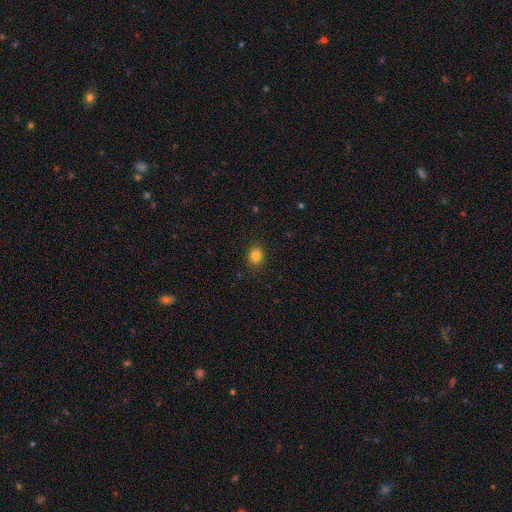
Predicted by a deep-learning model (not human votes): Smooth or featured? smooth (84%)
How rounded? round (65%)
Merging? none (89%)